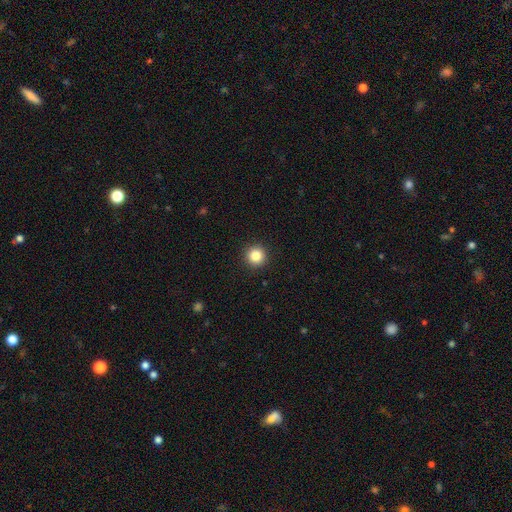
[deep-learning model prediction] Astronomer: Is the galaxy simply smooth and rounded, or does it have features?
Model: smooth — 84%.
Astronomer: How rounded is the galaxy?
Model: round — 96%.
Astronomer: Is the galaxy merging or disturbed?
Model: none — 93%.